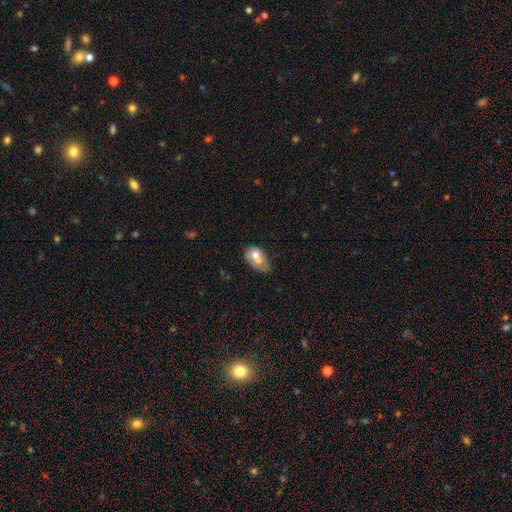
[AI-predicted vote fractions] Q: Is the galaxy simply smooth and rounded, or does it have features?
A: smooth — 64%.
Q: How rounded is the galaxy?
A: in between — 83%.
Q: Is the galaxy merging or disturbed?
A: merger — 34%.